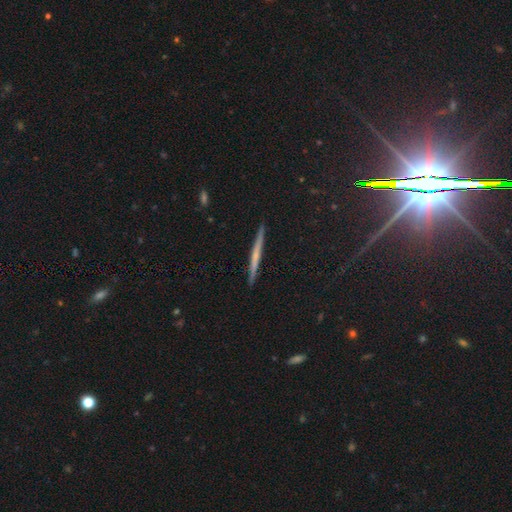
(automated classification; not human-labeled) featured or disk 52%, smooth 38%, star or artifact 10%. Down the decision tree: edge-on disk — yes (97%); edge-on bulge — none (70%); merging — none (91%).